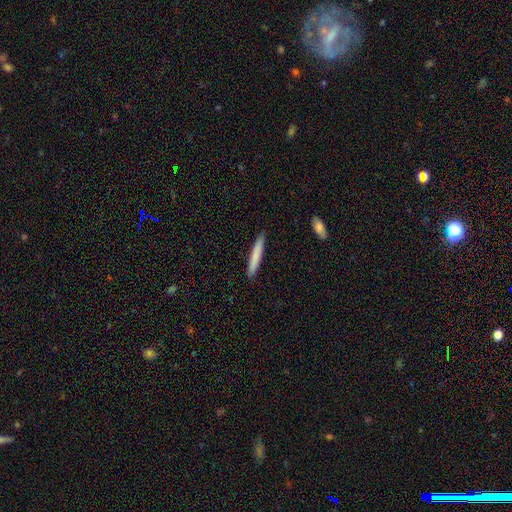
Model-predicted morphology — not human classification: Smooth or featured?
  - smooth: 79% *
  - featured or disk: 16%
  - star or artifact: 5%
How rounded?
  - cigar-shaped: 95% *
  - in between: 4%
  - round: 1%
Merging?
  - none: 91% *
  - minor disturbance: 6%
  - major disturbance: 1%
  - merger: 1%